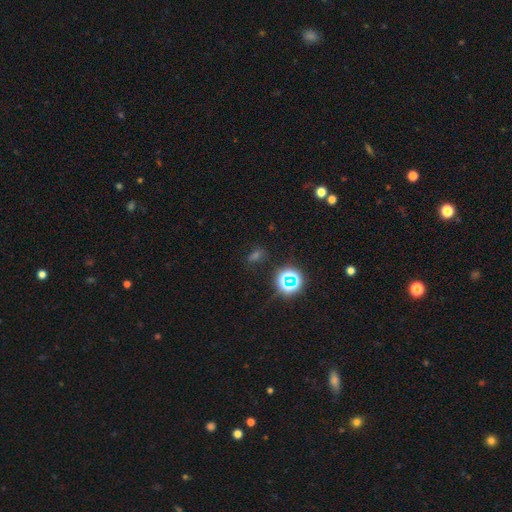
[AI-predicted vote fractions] Smooth or featured? Predicted: star or artifact (p=0.53).